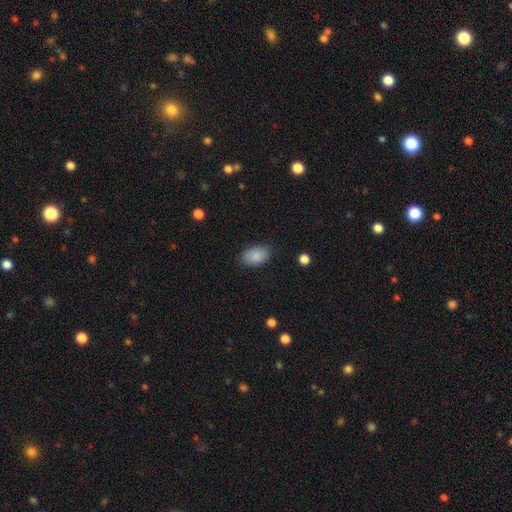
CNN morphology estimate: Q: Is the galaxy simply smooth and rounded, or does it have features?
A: smooth — 87%.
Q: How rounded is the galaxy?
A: in between — 90%.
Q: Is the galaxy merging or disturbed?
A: none — 81%.